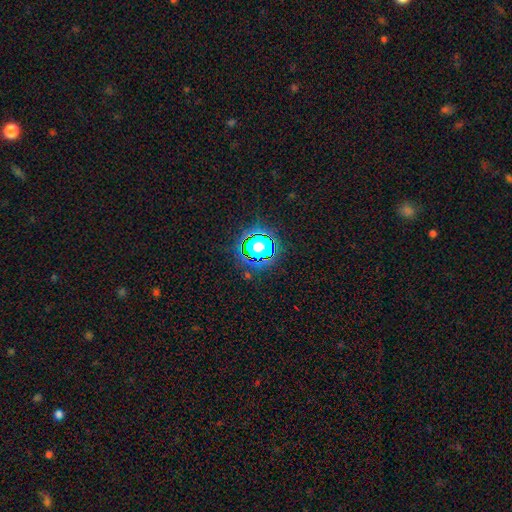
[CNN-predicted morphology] Q: Smooth or featured?
A: star or artifact (78%); runner-up: smooth (14%)